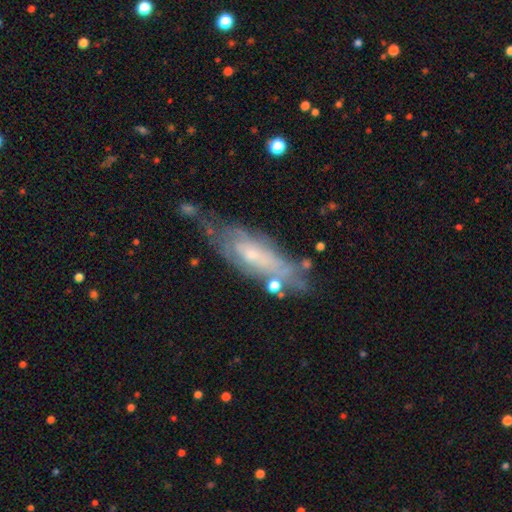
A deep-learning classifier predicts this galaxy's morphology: smooth_or_featured: featured or disk (p=0.63) [alt: smooth p=0.30]
disk_edge_on: no (p=0.77) [alt: yes p=0.23]
merging: none (p=0.48) [alt: minor disturbance p=0.30]